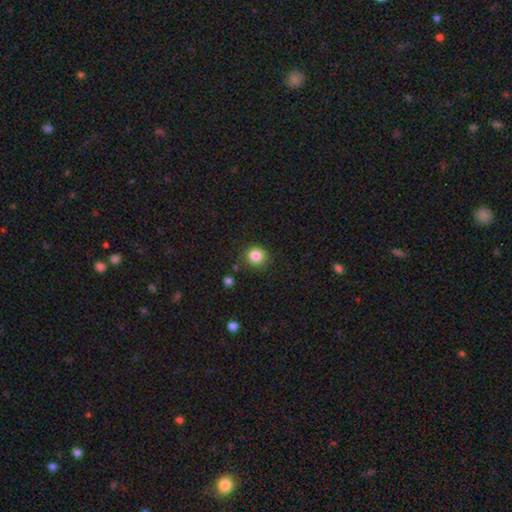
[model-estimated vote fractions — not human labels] This appears to be a smooth galaxy with no disk features (84%) that is round (89%). Merging: none (86%).